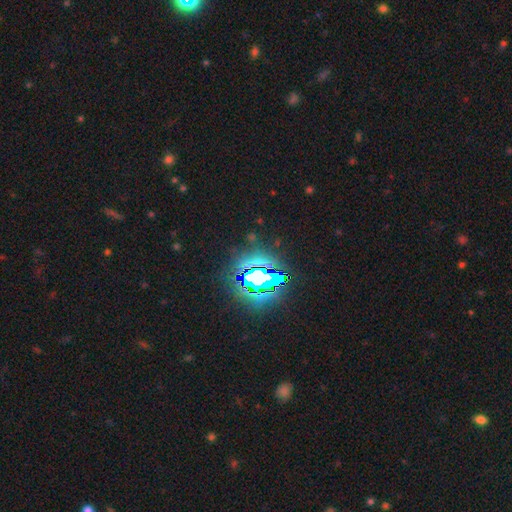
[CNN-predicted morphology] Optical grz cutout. It shows a star or artifact, not a galaxy (81%).